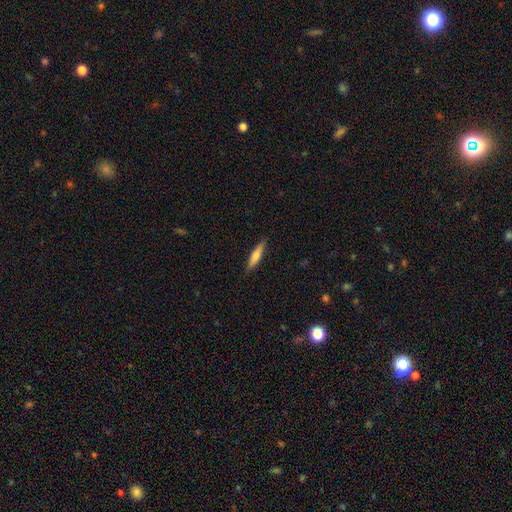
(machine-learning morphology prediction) smooth-or-featured: smooth: 63% | featured or disk: 31% | star or artifact: 6%
  how-rounded: cigar-shaped: 82% | in between: 16% | round: 2%
  merging: none: 87% | minor disturbance: 10% | major disturbance: 2% | merger: 1%